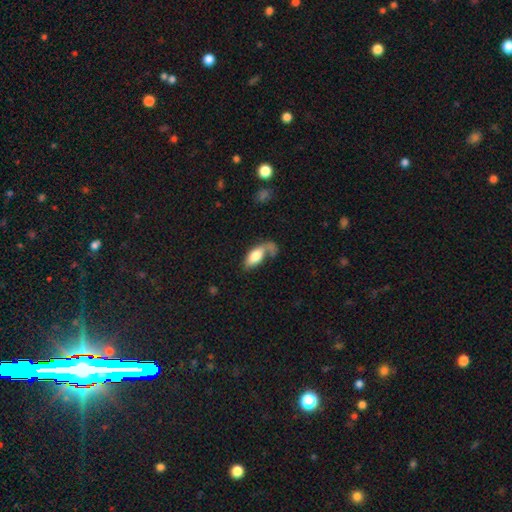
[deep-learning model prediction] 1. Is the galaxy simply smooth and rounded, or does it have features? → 71% smooth, 23% featured or disk, 6% star or artifact.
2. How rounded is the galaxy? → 87% in between, 9% cigar-shaped, 4% round.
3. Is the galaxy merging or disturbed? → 32% none, 29% major disturbance, 21% merger, 18% minor disturbance.